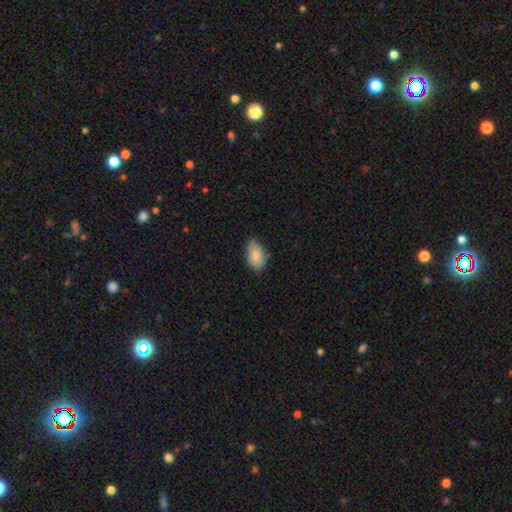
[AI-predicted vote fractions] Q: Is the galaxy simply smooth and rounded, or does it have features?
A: smooth — 86%.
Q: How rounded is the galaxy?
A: in between — 93%.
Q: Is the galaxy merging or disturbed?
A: none — 69%.